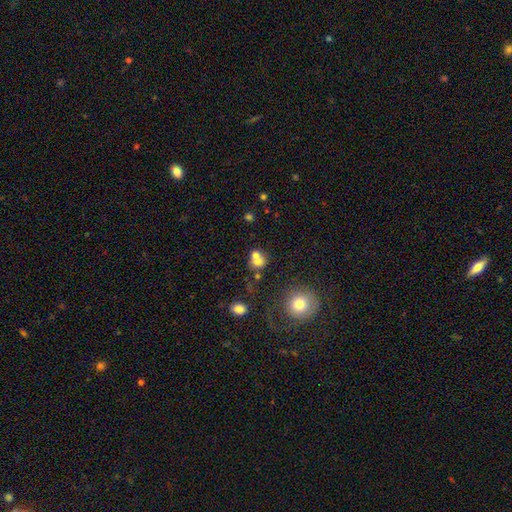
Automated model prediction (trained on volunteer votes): Smooth or featured?
  - smooth: 68% *
  - featured or disk: 17%
  - star or artifact: 15%
How rounded?
  - round: 72% *
  - in between: 27%
  - cigar-shaped: 1%
Merging?
  - merger: 55% *
  - none: 34%
  - minor disturbance: 7%
  - major disturbance: 4%